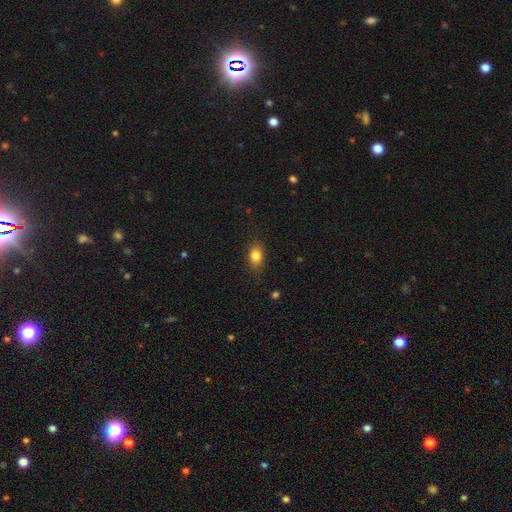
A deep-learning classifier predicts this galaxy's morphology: The model was most divided on "how rounded": in between: 72%, round: 25%, cigar-shaped: 3%. More confident: smooth or featured — smooth (82%); merging — none (81%).